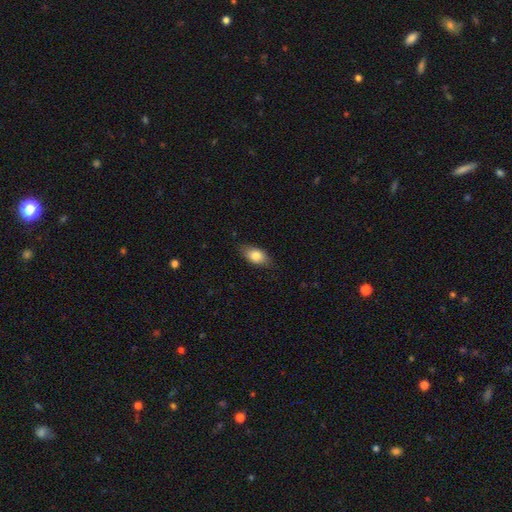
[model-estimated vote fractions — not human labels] Smooth or featured?
  - smooth: 82% *
  - featured or disk: 11%
  - star or artifact: 7%
How rounded?
  - in between: 88% *
  - round: 7%
  - cigar-shaped: 5%
Merging?
  - none: 80% *
  - minor disturbance: 16%
  - major disturbance: 3%
  - merger: 1%